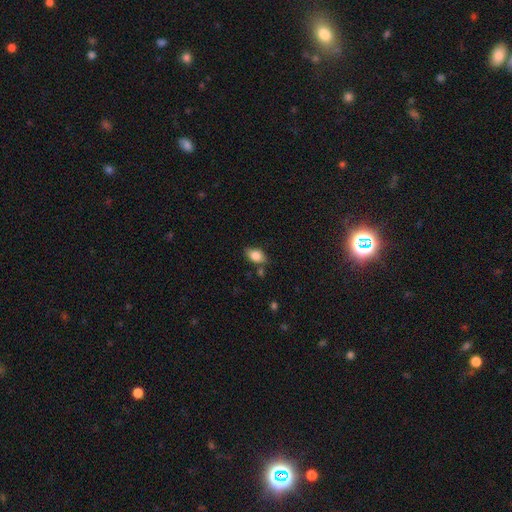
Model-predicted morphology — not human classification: Smooth or featured? Predicted: smooth (p=0.82). How rounded? Predicted: in between (p=0.84). Merging? Predicted: none (p=0.72).